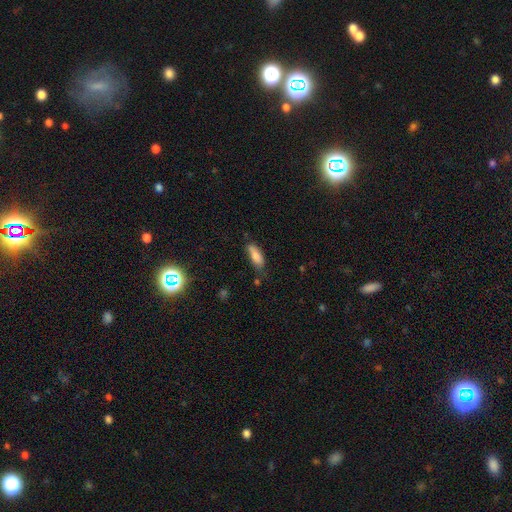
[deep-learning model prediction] A smooth galaxy with no disk features (79%) that is in between round and cigar-shaped (65%). Merging: none (56%).